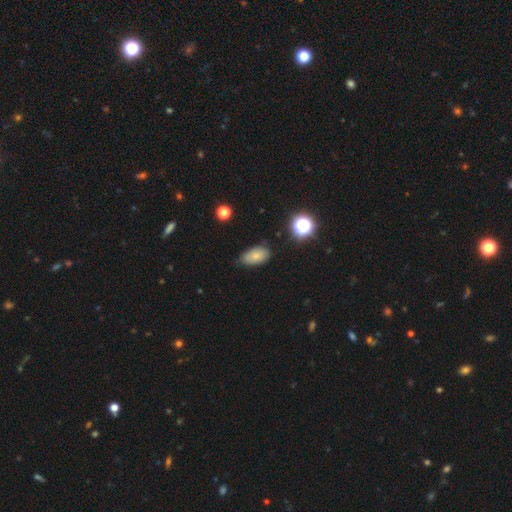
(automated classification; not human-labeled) This appears to be a smooth galaxy with no disk features (77%) that is in between round and cigar-shaped (90%). Merging: none (67%).